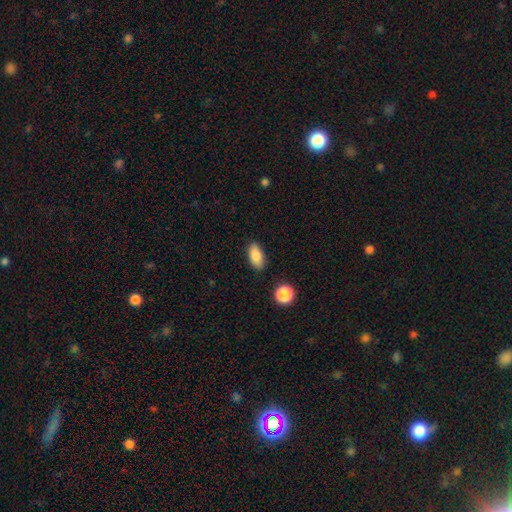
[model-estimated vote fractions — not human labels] This appears to be a smooth galaxy with no disk features (86%) that is in between round and cigar-shaped (89%). Merging: none (85%).